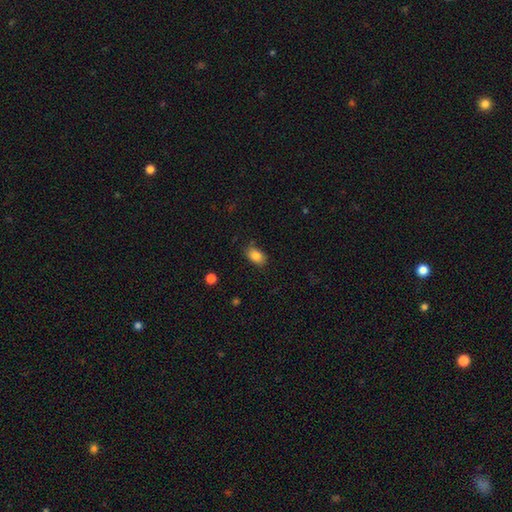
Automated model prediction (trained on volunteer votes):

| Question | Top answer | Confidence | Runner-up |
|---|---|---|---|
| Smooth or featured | smooth | 85% | star or artifact (8%) |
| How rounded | in between | 88% | round (10%) |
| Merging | none | 78% | minor disturbance (17%) |